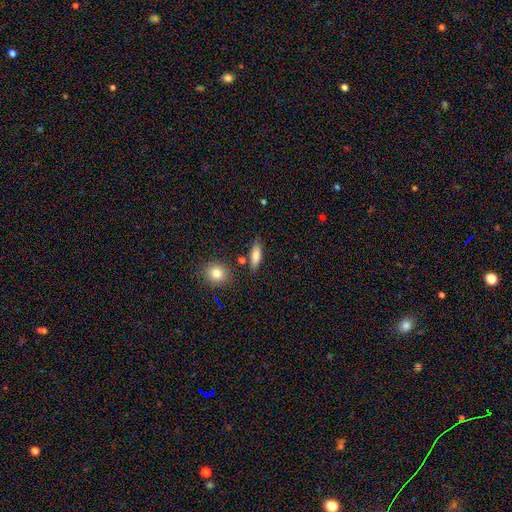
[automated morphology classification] A smooth galaxy with no disk features (80%) that is in between round and cigar-shaped (60%). Merging: none (78%).